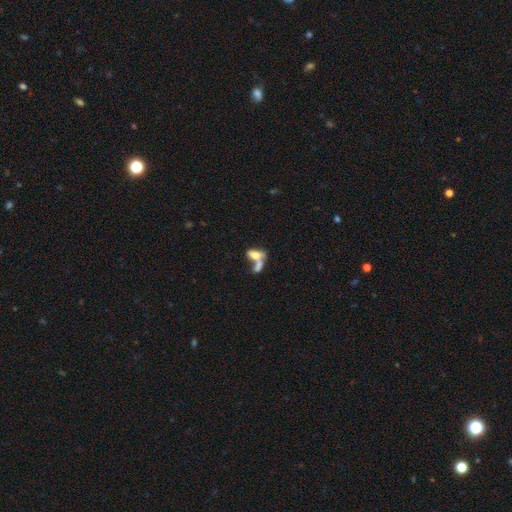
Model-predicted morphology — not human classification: Overall: smooth (58%; featured or disk 33%). How rounded: in between (77%). Merging: merger (65%).